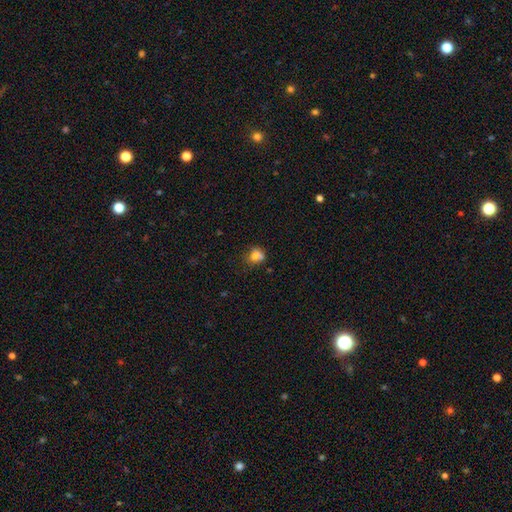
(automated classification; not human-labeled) smooth 76%, star or artifact 12%, featured or disk 11%. Down the decision tree: how rounded — round (64%); merging — none (44%).